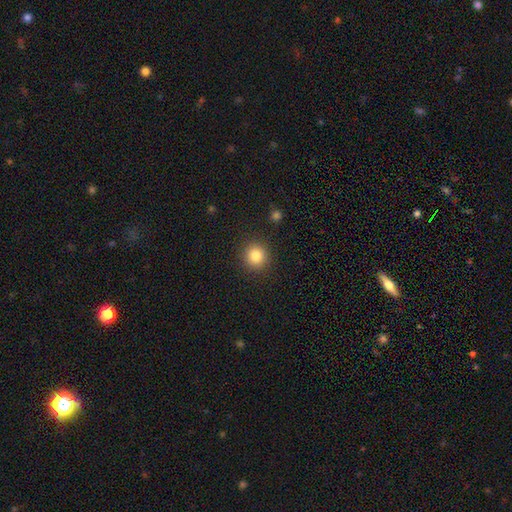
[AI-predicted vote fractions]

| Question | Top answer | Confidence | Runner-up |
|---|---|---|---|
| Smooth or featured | smooth | 84% | star or artifact (11%) |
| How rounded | round | 91% | in between (8%) |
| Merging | none | 90% | minor disturbance (6%) |